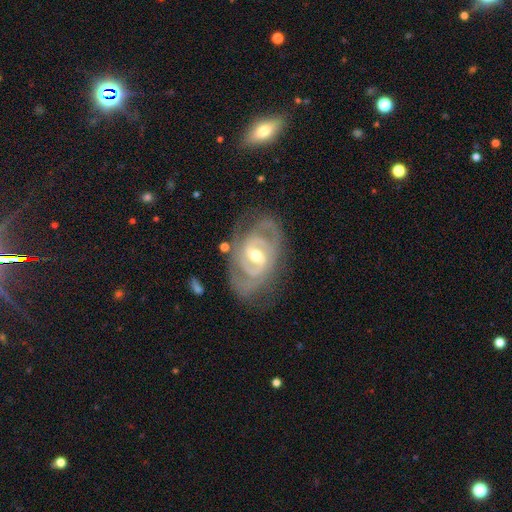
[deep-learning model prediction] smooth-or-featured: featured or disk: 90% | smooth: 5% | star or artifact: 5%
  disk-edge-on: no: 96% | yes: 4%
    bar: weak: 50% | strong: 25% | no: 24%
    has-spiral-arms: yes: 96% | no: 4%
      spiral-winding: tight: 61% | medium: 33% | loose: 6%
      spiral-arm-count: 2: 55% | 3: 19% | can't tell: 15% | 4: 5% | 1: 3% | more than 4: 3%
    bulge-size: moderate: 64% | small: 32% | large: 3% | none: 1% | dominant: 1%
  merging: none: 73% | minor disturbance: 18% | major disturbance: 7% | merger: 2%